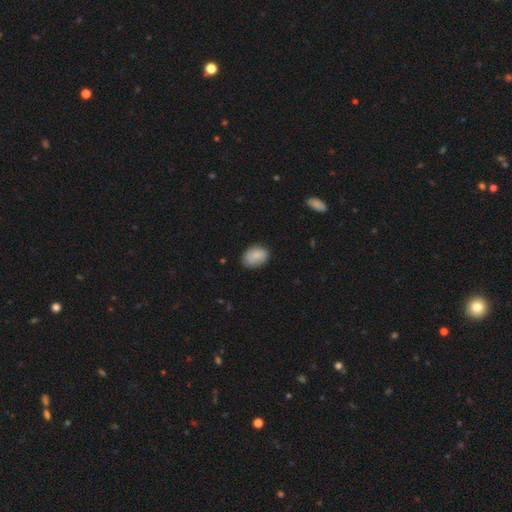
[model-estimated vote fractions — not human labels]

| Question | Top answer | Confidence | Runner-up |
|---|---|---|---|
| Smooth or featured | smooth | 85% | featured or disk (8%) |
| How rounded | in between | 81% | round (18%) |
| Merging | none | 78% | minor disturbance (18%) |